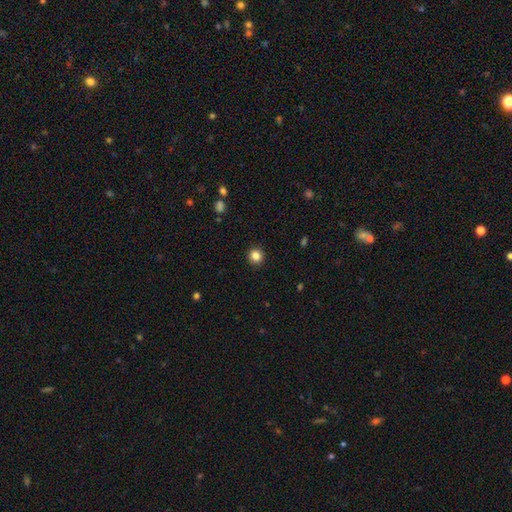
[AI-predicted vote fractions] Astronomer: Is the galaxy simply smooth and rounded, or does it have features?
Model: smooth — 84%.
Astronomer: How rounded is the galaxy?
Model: round — 92%.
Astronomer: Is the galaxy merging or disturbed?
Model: none — 92%.